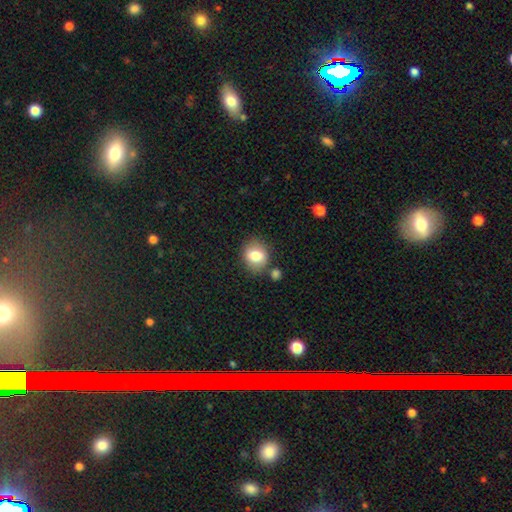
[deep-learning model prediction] This appears to be a smooth galaxy with no disk features (78%) that is round (58%). Merging: none (74%).